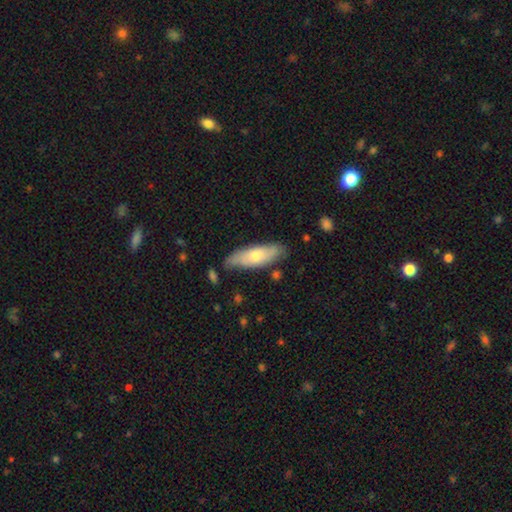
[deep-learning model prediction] Smooth or featured?
  - smooth: 64% *
  - featured or disk: 30%
  - star or artifact: 6%
How rounded?
  - in between: 53% *
  - cigar-shaped: 45%
  - round: 2%
Merging?
  - none: 75% *
  - minor disturbance: 19%
  - major disturbance: 3%
  - merger: 3%